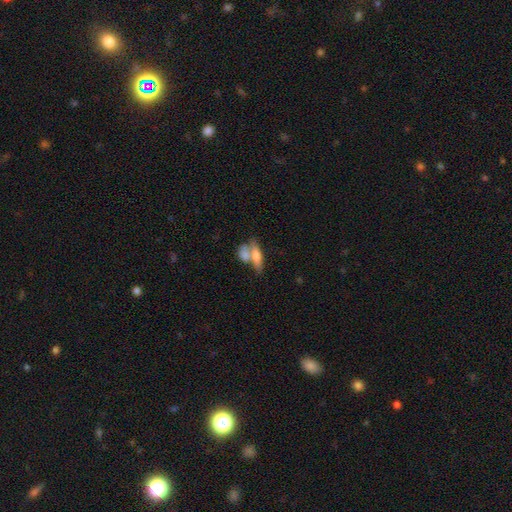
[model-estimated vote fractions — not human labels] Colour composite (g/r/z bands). It shows a smooth galaxy with no disk features (59%) that is in between round and cigar-shaped (59%). Merging: merger (56%).